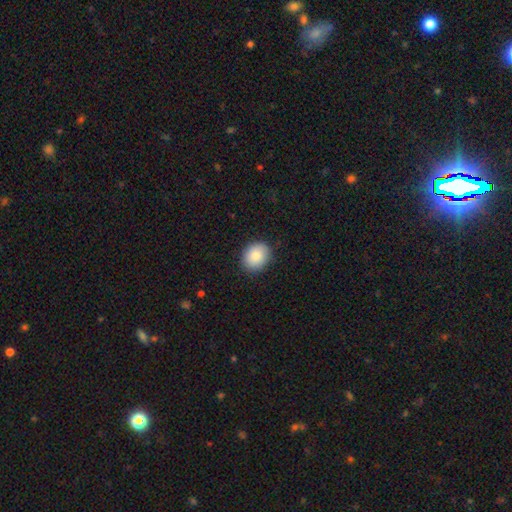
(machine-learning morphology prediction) smooth 88%, star or artifact 7%, featured or disk 5%. Down the decision tree: how rounded — round (54%); merging — none (87%).